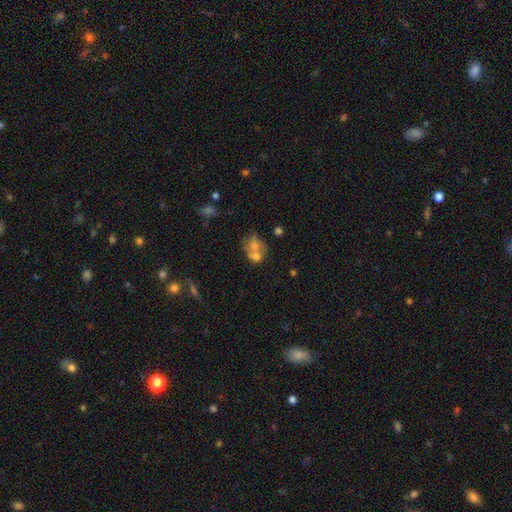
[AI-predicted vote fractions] Q: Smooth or featured?
A: smooth (59%); runner-up: featured or disk (30%)
Q: How rounded?
A: in between (50%); runner-up: round (49%)
Q: Merging?
A: merger (59%); runner-up: none (24%)